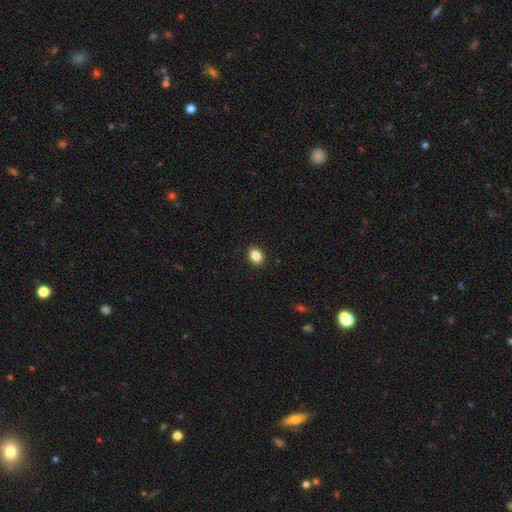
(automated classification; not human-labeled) The model was most divided on "how rounded": in between: 54%, round: 45%, cigar-shaped: 1%. More confident: merging — none (91%); smooth or featured — smooth (86%).